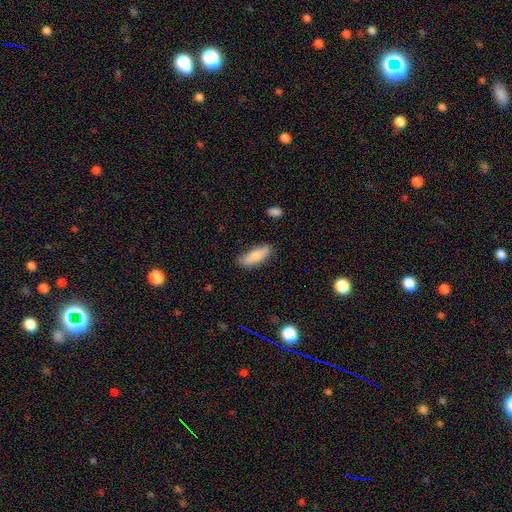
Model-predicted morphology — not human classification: This is clearly a smooth galaxy (81%). How rounded: likely in between (63%). Merging: likely none (78%).